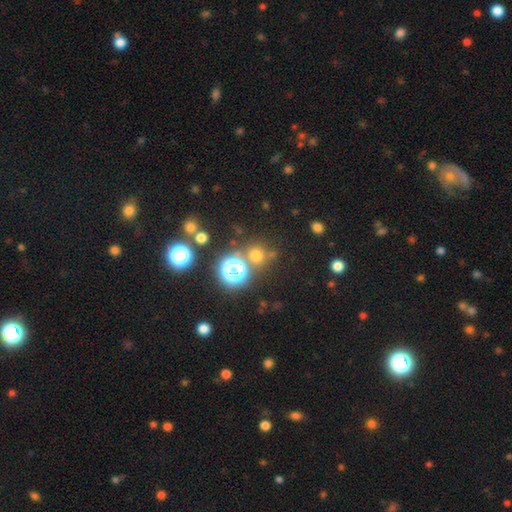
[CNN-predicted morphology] A smooth galaxy with no disk features (60%) that is round (91%). Merging: none (74%).